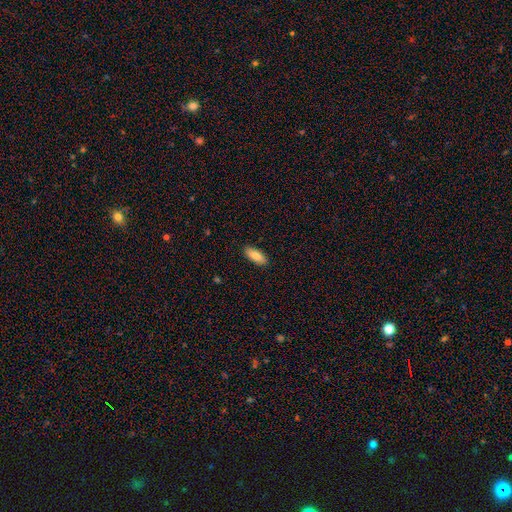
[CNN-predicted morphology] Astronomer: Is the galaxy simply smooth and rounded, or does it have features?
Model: smooth — 84%.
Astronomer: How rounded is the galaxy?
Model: in between — 78%.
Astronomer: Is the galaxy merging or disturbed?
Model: none — 89%.